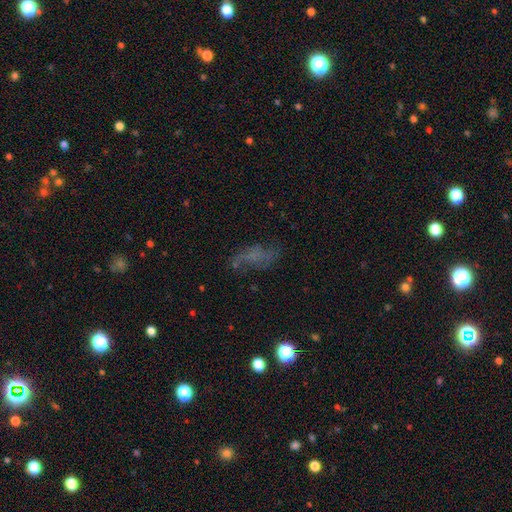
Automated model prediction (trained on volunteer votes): smooth_or_featured: featured or disk (p=0.40) [alt: smooth p=0.39]
merging: none (p=0.52) [alt: major disturbance p=0.23]